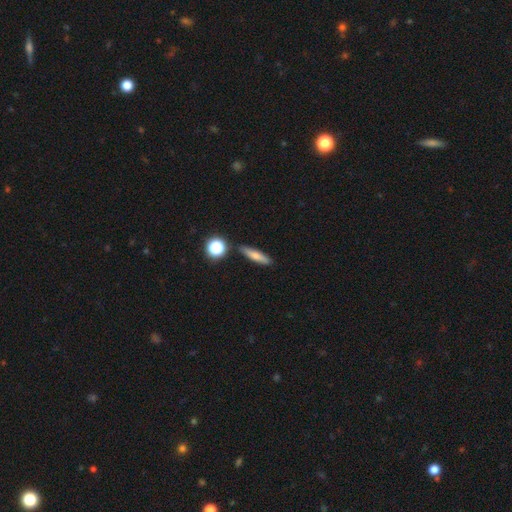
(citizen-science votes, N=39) smooth-or-featured: smooth: 82% | featured or disk: 10% | star or artifact: 8%
  how-rounded: cigar-shaped: 75% | in between: 19% | round: 6%
  merging: none: 89% | merger: 6% | minor disturbance: 3% | major disturbance: 3%